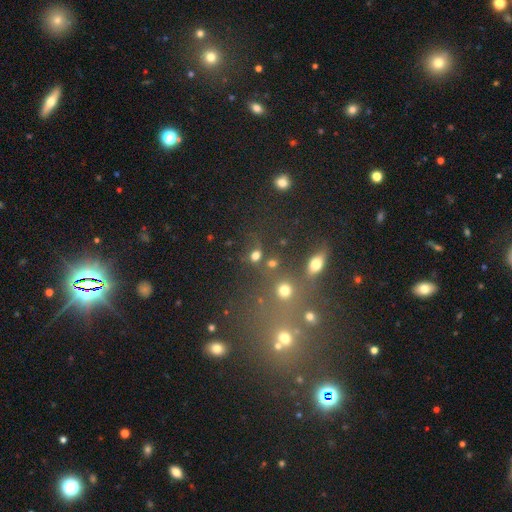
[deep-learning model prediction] Smooth or featured? smooth (70%)
How rounded? round (60%)
Merging? none (59%)